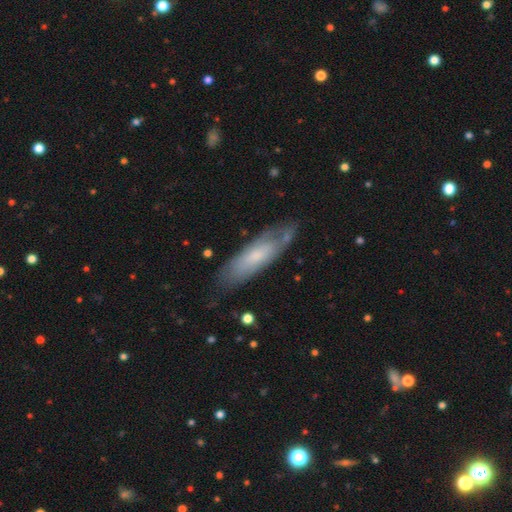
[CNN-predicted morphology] smooth-or-featured: smooth: 52% | featured or disk: 42% | star or artifact: 7%
  how-rounded: cigar-shaped: 55% | in between: 43% | round: 2%
  merging: none: 69% | minor disturbance: 22% | major disturbance: 7% | merger: 2%